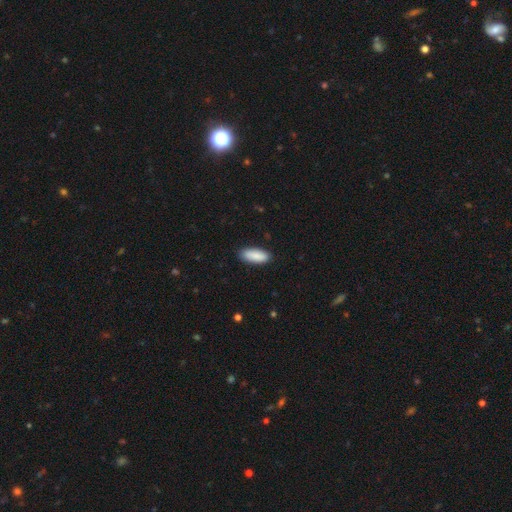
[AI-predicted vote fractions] smooth-or-featured: smooth: 89% | star or artifact: 6% | featured or disk: 5%
  how-rounded: in between: 76% | cigar-shaped: 22% | round: 2%
  merging: none: 88% | minor disturbance: 9% | major disturbance: 2% | merger: 1%